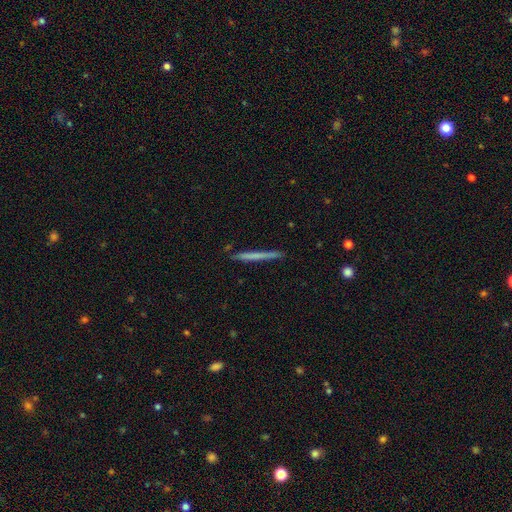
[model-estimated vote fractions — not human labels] smooth_or_featured: smooth (p=0.56) [alt: featured or disk p=0.39]
how_rounded: cigar-shaped (p=0.97) [alt: in between p=0.02]
merging: none (p=0.89) [alt: minor disturbance p=0.08]